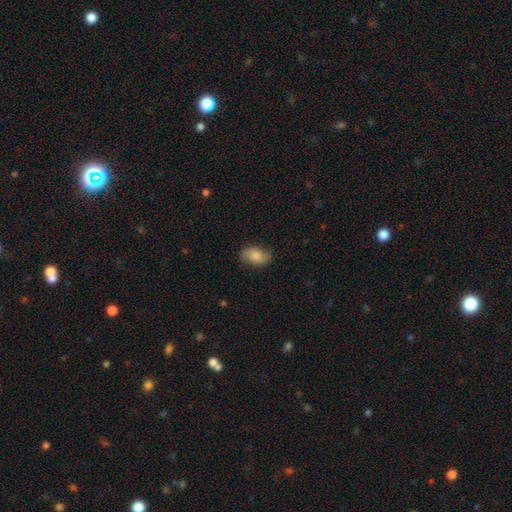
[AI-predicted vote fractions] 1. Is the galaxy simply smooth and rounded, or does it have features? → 73% smooth, 20% featured or disk, 7% star or artifact.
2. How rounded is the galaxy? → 90% in between, 9% round, 2% cigar-shaped.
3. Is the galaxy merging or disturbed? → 80% none, 16% minor disturbance, 4% major disturbance, 1% merger.